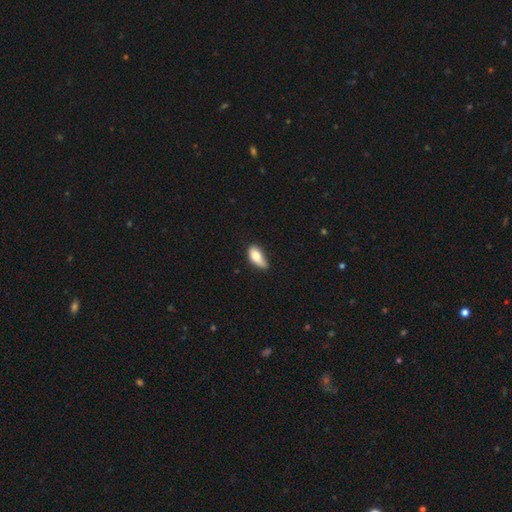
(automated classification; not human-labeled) This appears to be a smooth galaxy with no disk features (76%) that is in between round and cigar-shaped (87%). Merging: minor disturbance (44%).